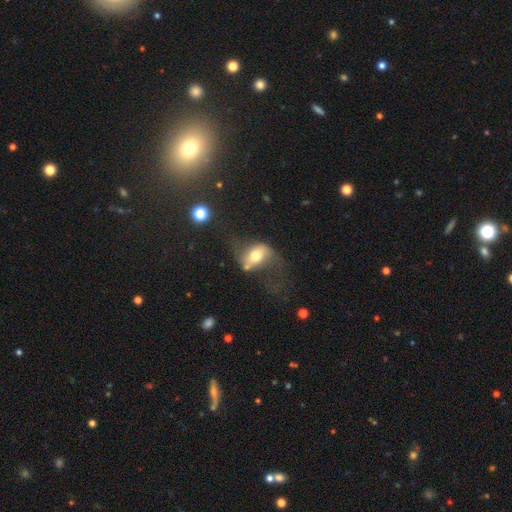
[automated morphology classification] The model was most divided on "merging": none: 40%, major disturbance: 32%, minor disturbance: 20%, merger: 8%. Remaining: edge-on disk — no (91%); spiral arms — yes (69%); bulge size — moderate (63%); smooth or featured — featured or disk (56%); bar — no (41%).